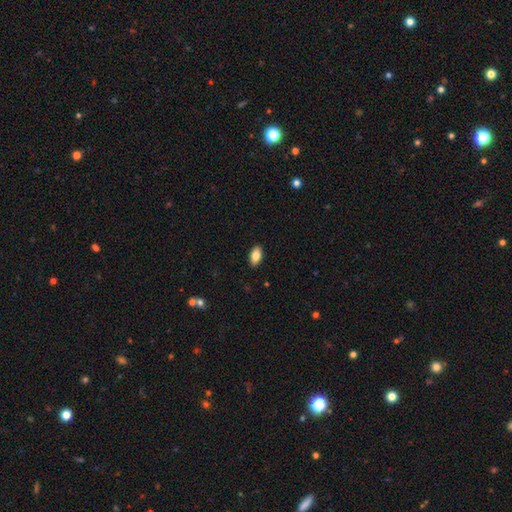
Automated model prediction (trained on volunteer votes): This appears to be a smooth galaxy with no disk features (81%) that is in between round and cigar-shaped (92%). Merging: none (90%).